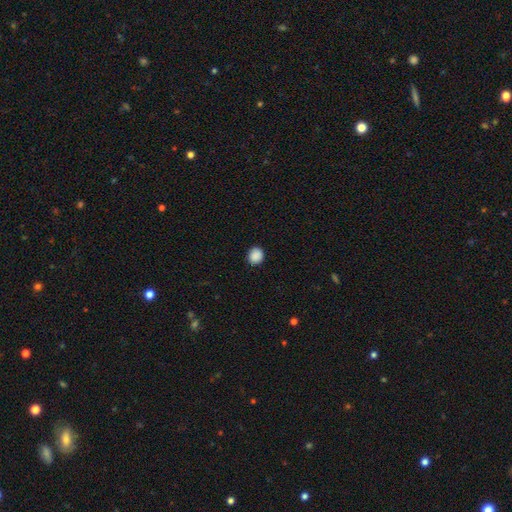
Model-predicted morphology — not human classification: Smooth or featured? Predicted: smooth (p=0.89). How rounded? Predicted: round (p=0.80). Merging? Predicted: none (p=0.90).